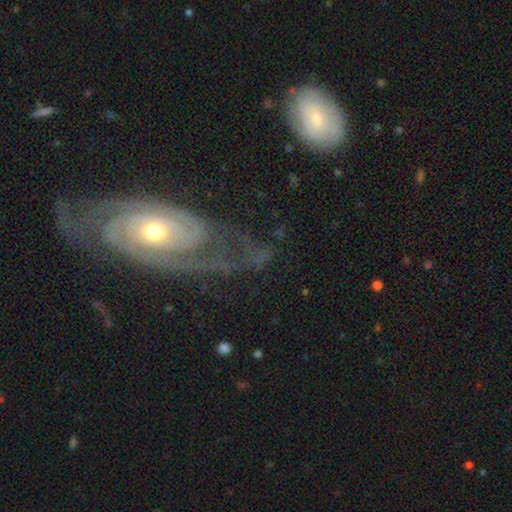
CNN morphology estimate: This appears to be a featured or disk galaxy (77%) with no bar (70%), 2 (42%) tight (61%) spiral arms (90%) and a moderate central bulge (59%). Merging: none (53%).